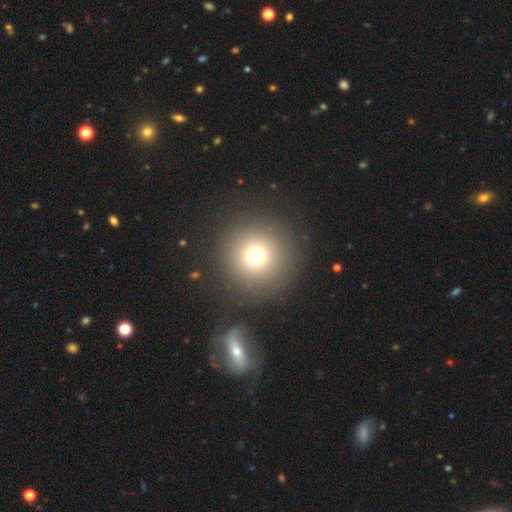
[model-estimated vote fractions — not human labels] The model was most divided on "smooth or featured": smooth: 73%, star or artifact: 16%, featured or disk: 11%. More confident: how rounded — round (96%); merging — none (86%).